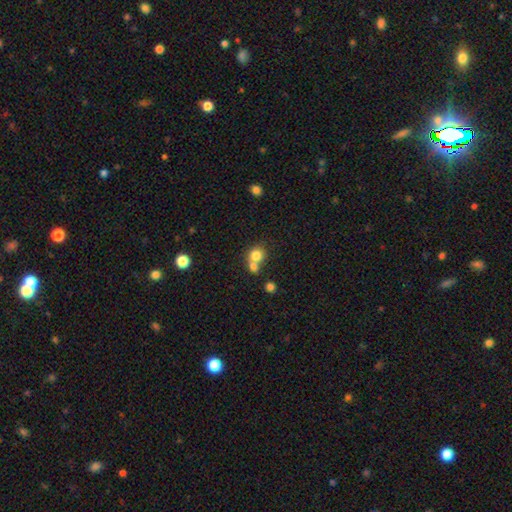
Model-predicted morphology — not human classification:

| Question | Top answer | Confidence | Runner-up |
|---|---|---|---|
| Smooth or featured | smooth | 78% | star or artifact (12%) |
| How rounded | round | 81% | in between (18%) |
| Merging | merger | 52% | none (39%) |